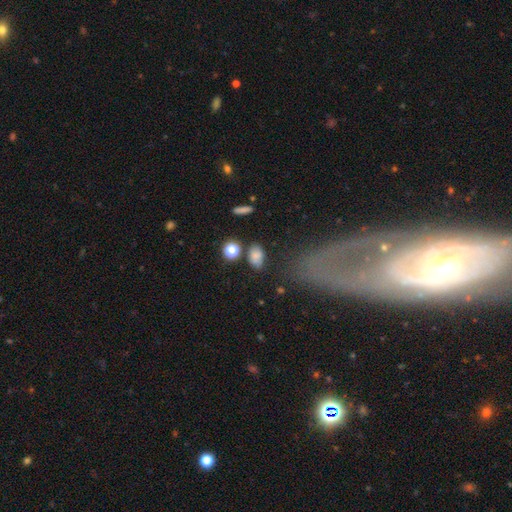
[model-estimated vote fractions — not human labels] Morphology: type=smooth (79%); roundness=in between (76%); merging=none (70%).